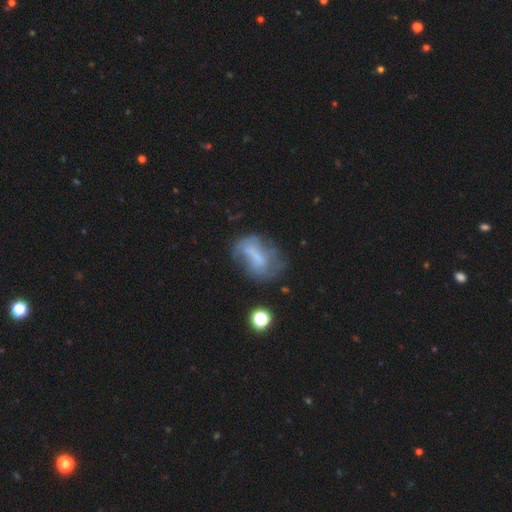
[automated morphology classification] A featured or disk galaxy (47%).

Vote fractions:
- Smooth or featured? featured or disk: 47% / smooth: 40% / star or artifact: 13%
- Merging? none: 38% / minor disturbance: 27% / major disturbance: 26% / merger: 9%